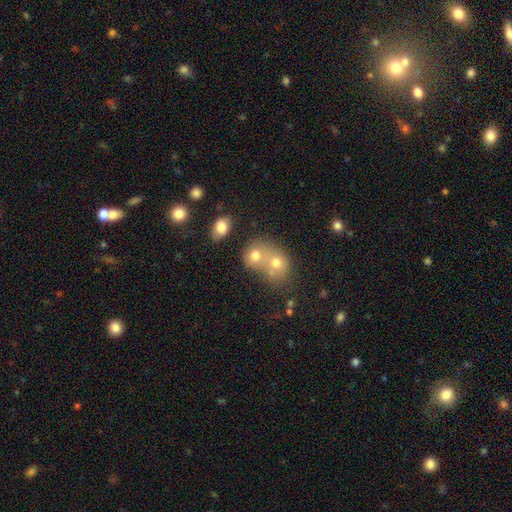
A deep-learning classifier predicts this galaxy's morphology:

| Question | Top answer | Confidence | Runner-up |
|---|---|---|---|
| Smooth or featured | smooth | 61% | featured or disk (21%) |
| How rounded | round | 64% | in between (35%) |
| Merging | merger | 63% | none (27%) |